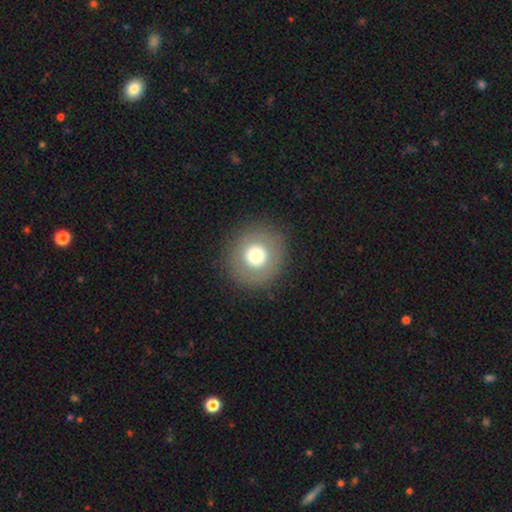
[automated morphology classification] A smooth galaxy with no disk features (68%) that is round (94%).

Vote fractions:
- Smooth or featured? smooth: 68% / featured or disk: 20% / star or artifact: 12%
- How rounded? round: 94% / in between: 5% / cigar-shaped: 1%
- Merging? none: 89% / minor disturbance: 6% / major disturbance: 4% / merger: 1%